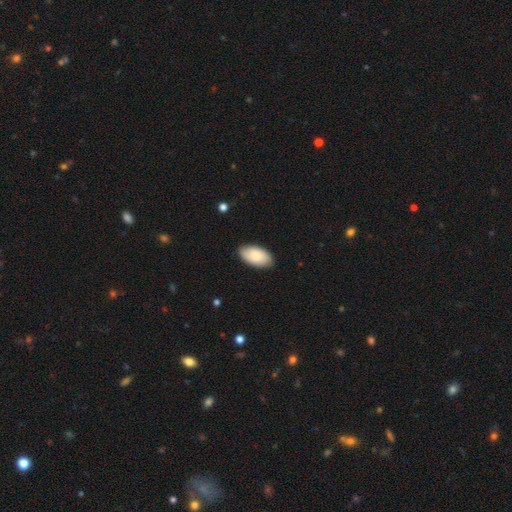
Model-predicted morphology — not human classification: Smooth or featured? Predicted: smooth (p=0.82). How rounded? Predicted: in between (p=0.96). Merging? Predicted: none (p=0.87).